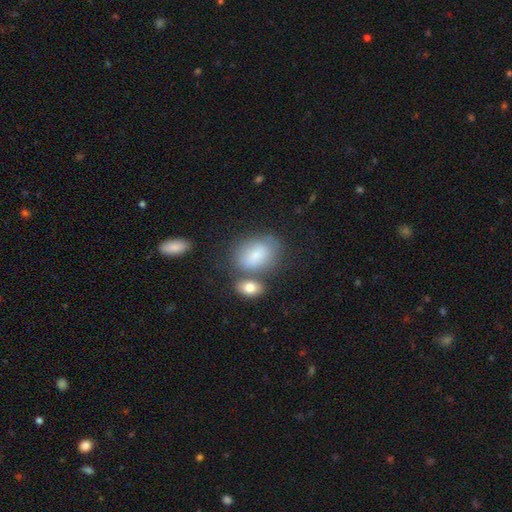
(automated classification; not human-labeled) Smooth or featured? Predicted: smooth (p=0.78). How rounded? Predicted: in between (p=0.80). Merging? Predicted: none (p=0.51).